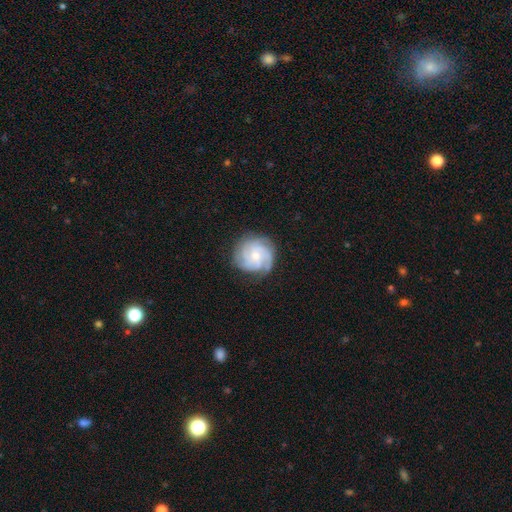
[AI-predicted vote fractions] A featured or disk galaxy (80%) with no bar (70%), 3 (34%) tight (63%) spiral arms (97%) and a small central bulge (52%). Merging: none (79%).